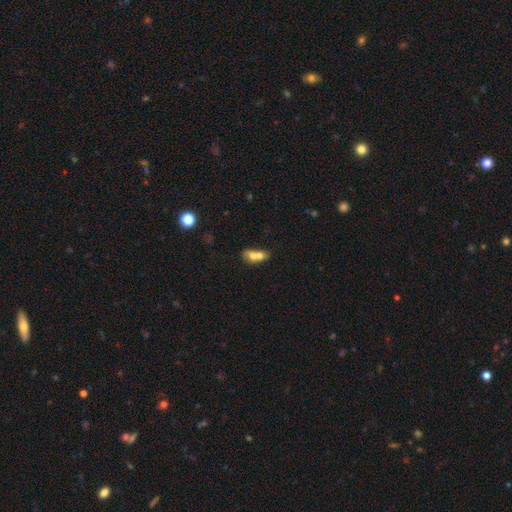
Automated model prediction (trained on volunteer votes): smooth-or-featured: smooth: 65% | featured or disk: 25% | star or artifact: 10%
  how-rounded: in between: 62% | round: 35% | cigar-shaped: 4%
  merging: merger: 73% | none: 17% | minor disturbance: 6% | major disturbance: 4%